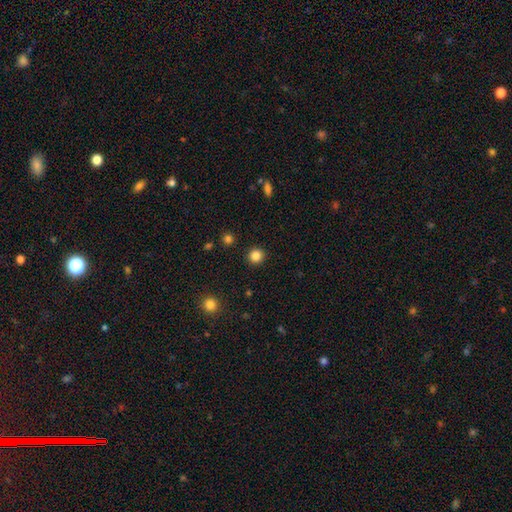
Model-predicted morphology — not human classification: Smooth or featured: smooth — 84% (star or artifact — 12%)
How rounded: round — 94% (in between — 5%)
Merging: none — 93% (minor disturbance — 4%)